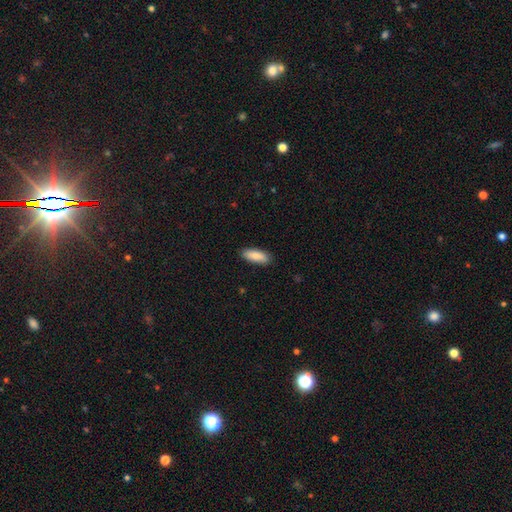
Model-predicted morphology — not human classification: This appears to be a smooth galaxy with no disk features (88%) that is in between round and cigar-shaped (70%). Merging: none (88%).